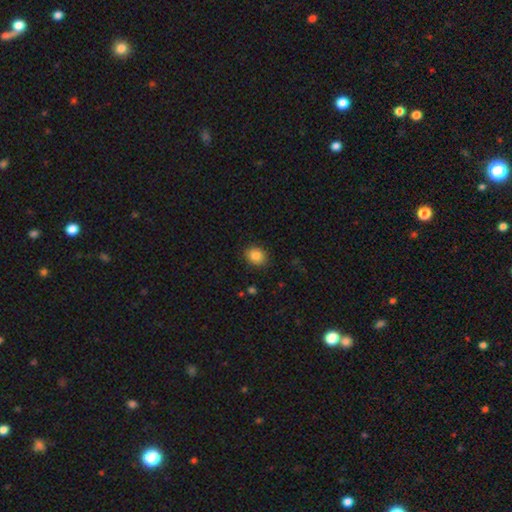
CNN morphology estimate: Smooth or featured: smooth — 85% (star or artifact — 9%)
How rounded: round — 57% (in between — 42%)
Merging: none — 88% (minor disturbance — 8%)